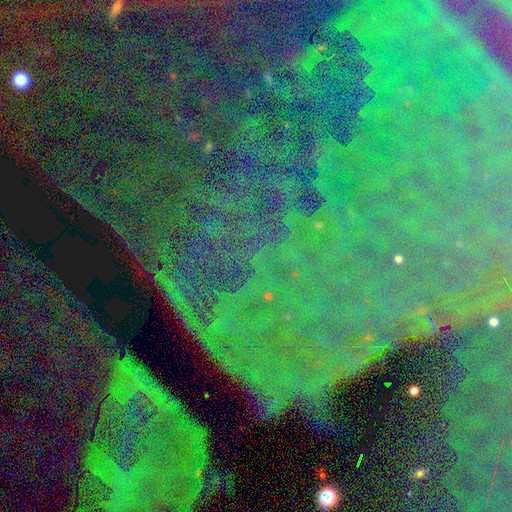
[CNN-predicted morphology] smooth-or-featured: star or artifact: 84% | featured or disk: 8% | smooth: 7%